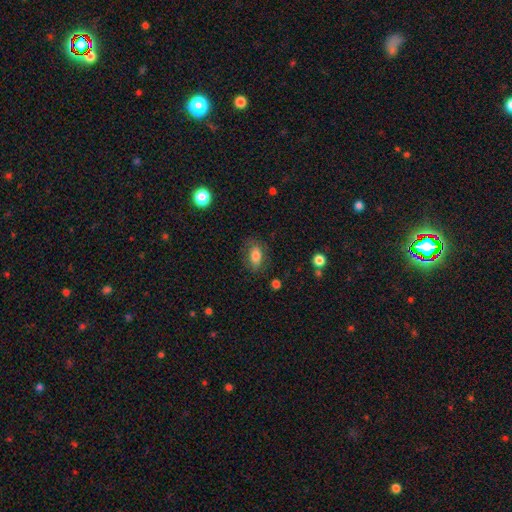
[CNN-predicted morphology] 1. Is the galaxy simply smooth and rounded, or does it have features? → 76% smooth, 16% featured or disk, 8% star or artifact.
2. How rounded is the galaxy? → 86% in between, 10% round, 3% cigar-shaped.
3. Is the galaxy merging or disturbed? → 76% none, 16% minor disturbance, 7% major disturbance, 1% merger.